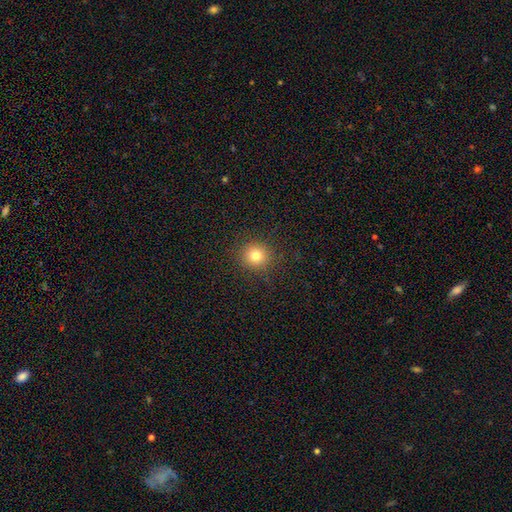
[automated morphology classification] The model was most divided on "smooth or featured": smooth: 79%, star or artifact: 13%, featured or disk: 7%. More confident: how rounded — round (91%); merging — none (90%).